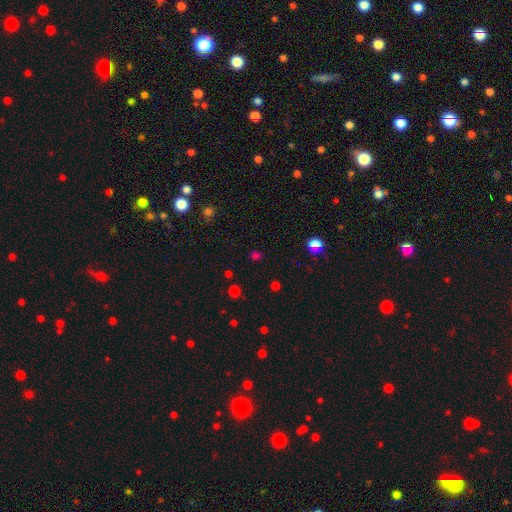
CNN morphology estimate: A smooth galaxy with no disk features (52%) that is round (74%).

Vote fractions:
- Smooth or featured? smooth: 52% / star or artifact: 43% / featured or disk: 6%
- How rounded? round: 74% / in between: 24% / cigar-shaped: 2%
- Merging? none: 82% / minor disturbance: 10% / major disturbance: 4% / merger: 3%